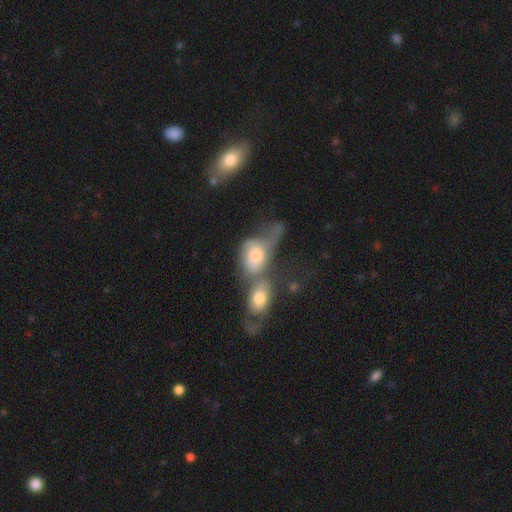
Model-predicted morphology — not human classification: A smooth galaxy with no disk features (61%) that is in between round and cigar-shaped (72%).

Vote fractions:
- Smooth or featured? smooth: 61% / featured or disk: 30% / star or artifact: 10%
- How rounded? in between: 72% / round: 26% / cigar-shaped: 3%
- Merging? merger: 62% / major disturbance: 18% / none: 11% / minor disturbance: 9%